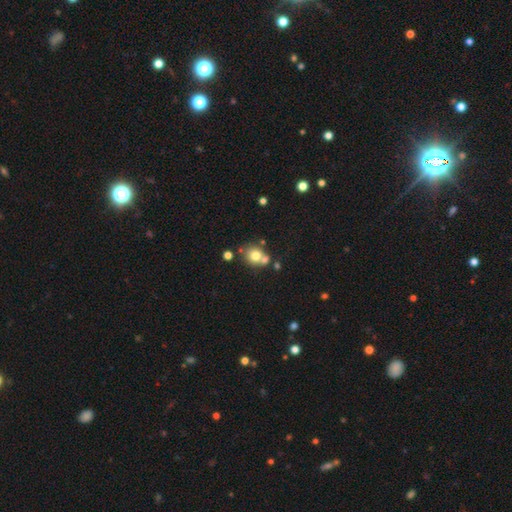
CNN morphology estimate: Q: Smooth or featured?
A: smooth (73%); runner-up: featured or disk (14%)
Q: How rounded?
A: round (76%); runner-up: in between (23%)
Q: Merging?
A: none (53%); runner-up: merger (32%)